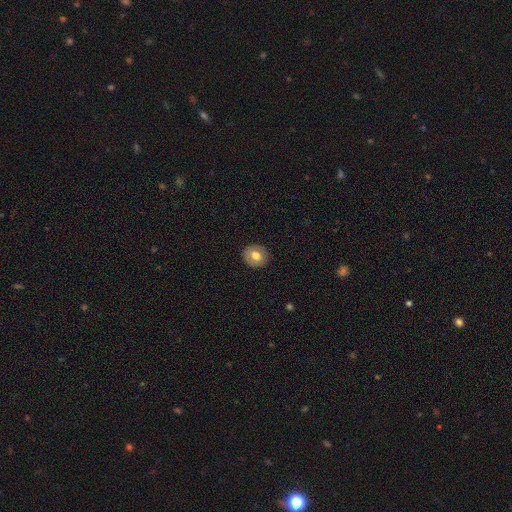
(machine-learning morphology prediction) smooth-or-featured: smooth: 71% | featured or disk: 22% | star or artifact: 7%
  how-rounded: round: 80% | in between: 19% | cigar-shaped: 1%
  merging: none: 89% | minor disturbance: 8% | major disturbance: 2% | merger: 1%